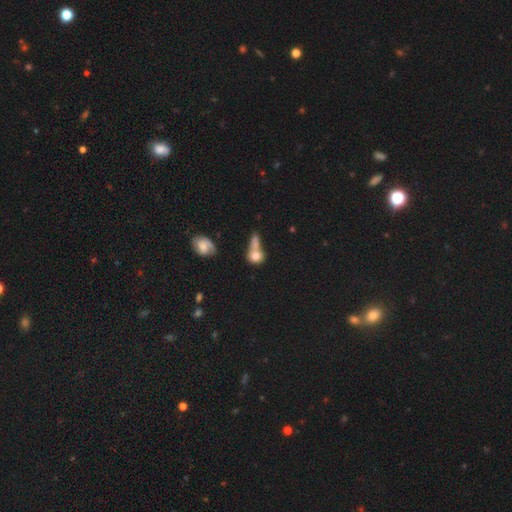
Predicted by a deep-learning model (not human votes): Smooth or featured? smooth (71%)
How rounded? round (68%)
Merging? merger (47%)